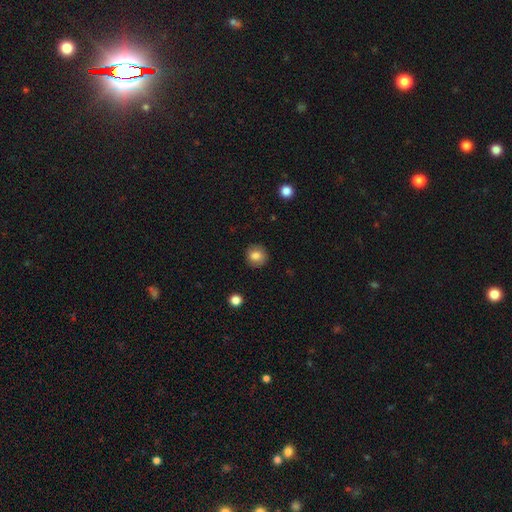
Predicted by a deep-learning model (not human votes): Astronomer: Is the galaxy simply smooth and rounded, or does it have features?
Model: smooth — 82%.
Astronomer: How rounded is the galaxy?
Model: round — 88%.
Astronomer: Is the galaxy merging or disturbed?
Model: none — 89%.